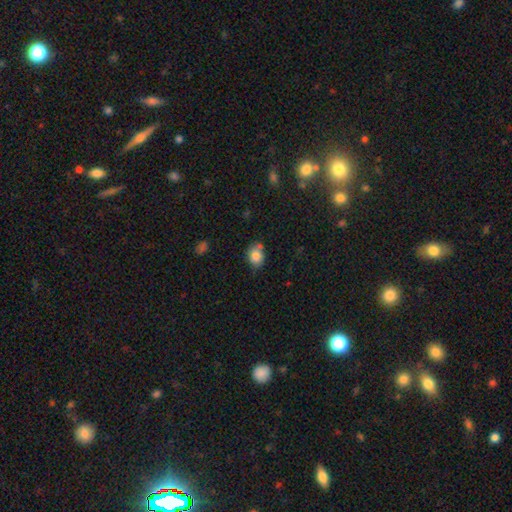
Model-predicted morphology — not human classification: smooth-or-featured: smooth: 83% | star or artifact: 9% | featured or disk: 8%
  how-rounded: in between: 58% | round: 41% | cigar-shaped: 1%
  merging: none: 56% | minor disturbance: 23% | merger: 16% | major disturbance: 6%